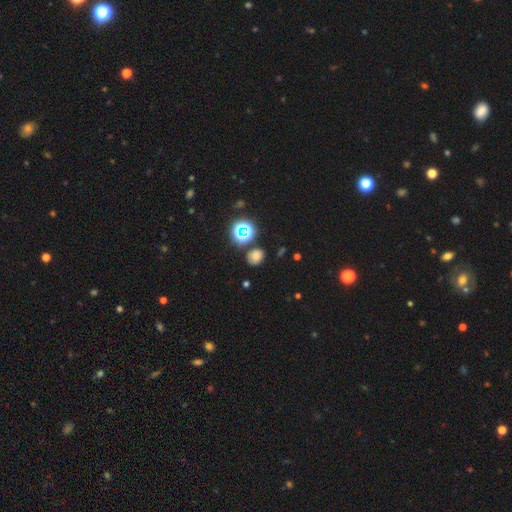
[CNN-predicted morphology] Smooth or featured: smooth — 63% (star or artifact — 27%)
How rounded: round — 55% (in between — 44%)
Merging: none — 76% (minor disturbance — 14%)